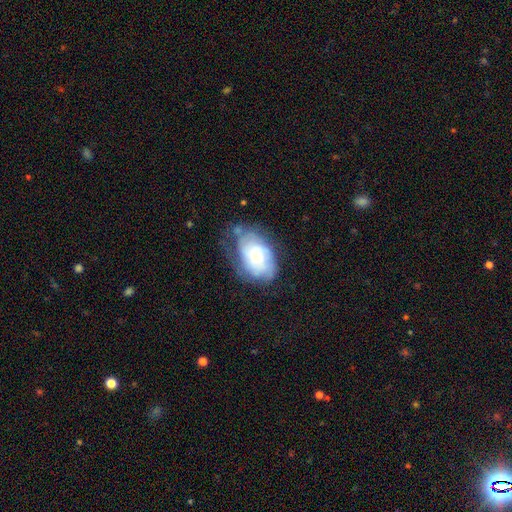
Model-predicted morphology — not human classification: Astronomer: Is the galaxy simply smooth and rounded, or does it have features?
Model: featured or disk — 50% (runner-up: smooth, 41%).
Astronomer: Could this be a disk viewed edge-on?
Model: no — 95%.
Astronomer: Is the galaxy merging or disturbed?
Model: none — 48% (runner-up: minor disturbance, 31%).